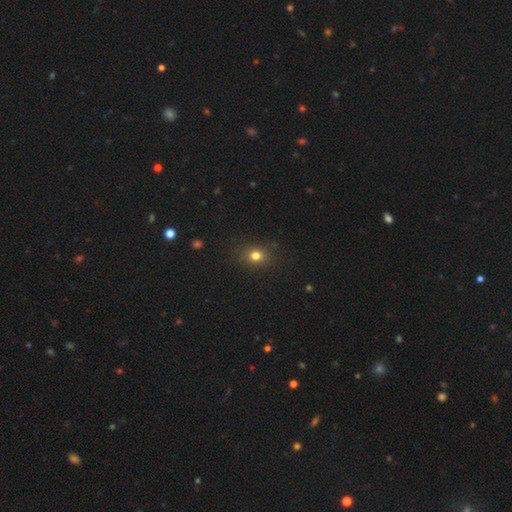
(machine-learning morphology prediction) Smooth or featured? smooth (78%)
How rounded? round (59%)
Merging? none (85%)